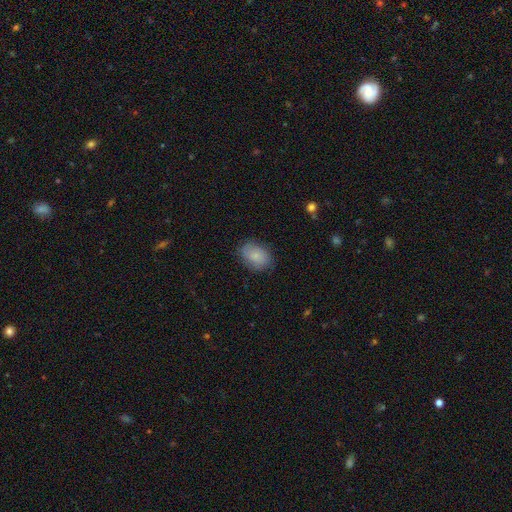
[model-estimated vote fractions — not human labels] A smooth galaxy with no disk features (79%) that is in between round and cigar-shaped (76%).

Vote fractions:
- Smooth or featured? smooth: 79% / featured or disk: 14% / star or artifact: 7%
- How rounded? in between: 76% / round: 23% / cigar-shaped: 1%
- Merging? none: 77% / minor disturbance: 18% / major disturbance: 4% / merger: 1%